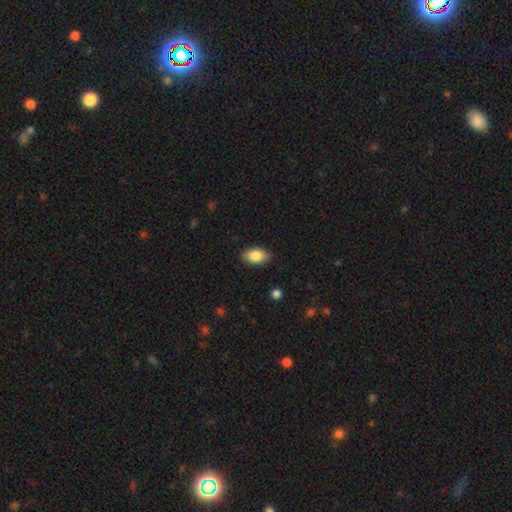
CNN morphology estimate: smooth 85%, featured or disk 8%, star or artifact 7%. Down the decision tree: how rounded — in between (92%); merging — none (86%).